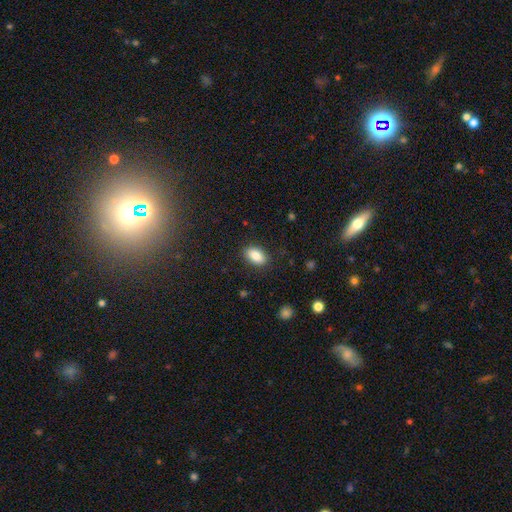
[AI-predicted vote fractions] Smooth or featured?
  - smooth: 86% *
  - star or artifact: 8%
  - featured or disk: 6%
How rounded?
  - in between: 90% *
  - round: 7%
  - cigar-shaped: 3%
Merging?
  - none: 87% *
  - minor disturbance: 9%
  - major disturbance: 3%
  - merger: 1%